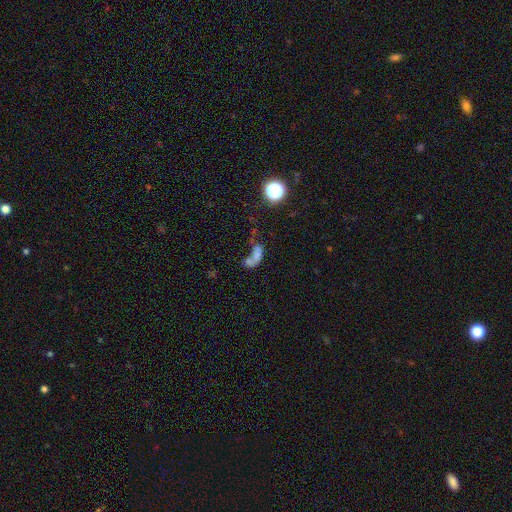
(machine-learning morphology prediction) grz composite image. It shows a smooth galaxy with no disk features (58%) that is in between round and cigar-shaped (77%). Merging: merger (60%).